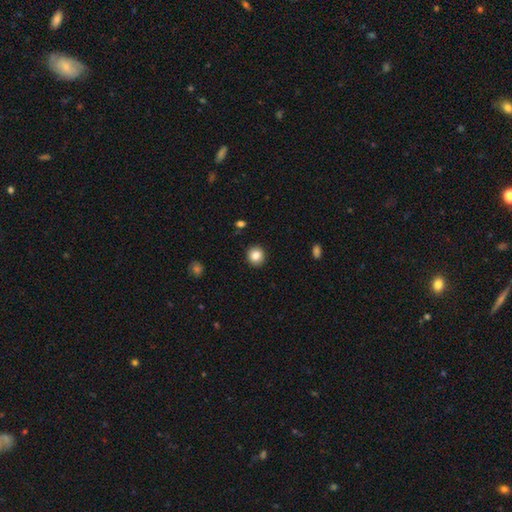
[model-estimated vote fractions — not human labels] A smooth galaxy with no disk features (85%) that is round (87%). Merging: none (91%).